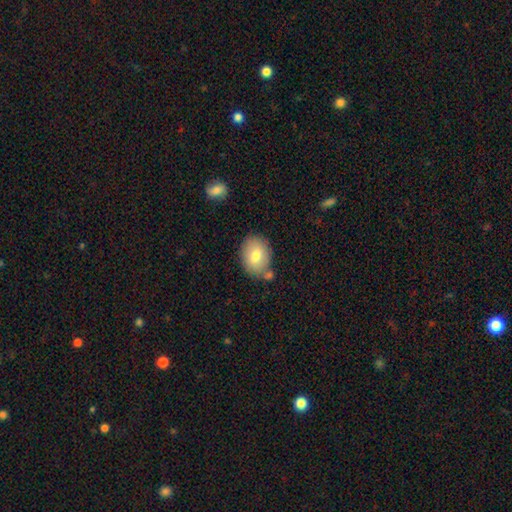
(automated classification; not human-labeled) A smooth galaxy with no disk features (76%) that is in between round and cigar-shaped (60%).

Vote fractions:
- Smooth or featured? smooth: 76% / featured or disk: 17% / star or artifact: 8%
- How rounded? in between: 60% / round: 39% / cigar-shaped: 1%
- Merging? none: 71% / minor disturbance: 15% / merger: 10% / major disturbance: 4%